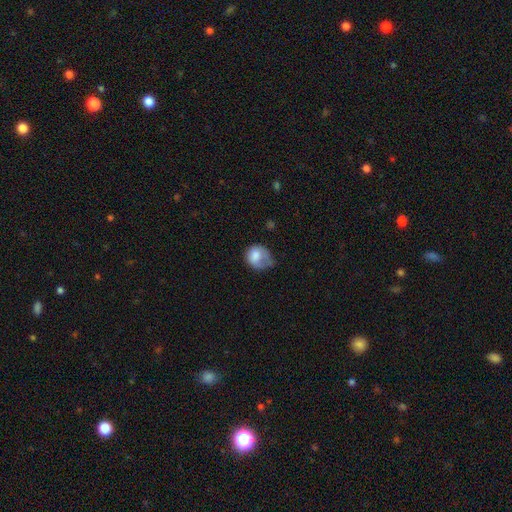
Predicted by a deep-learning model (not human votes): Q: Smooth or featured?
A: smooth (73%); runner-up: featured or disk (18%)
Q: How rounded?
A: round (62%); runner-up: in between (38%)
Q: Merging?
A: minor disturbance (36%); runner-up: major disturbance (33%)